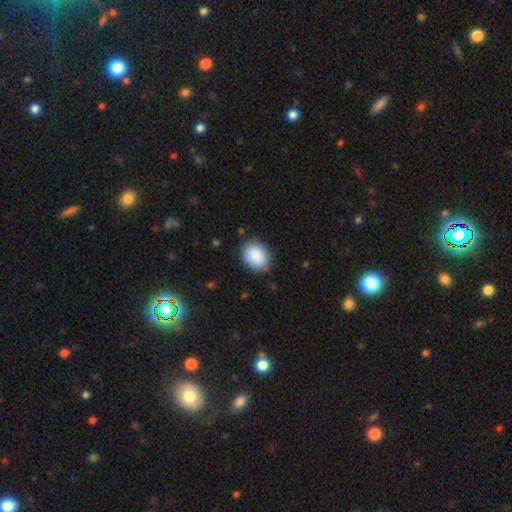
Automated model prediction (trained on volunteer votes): A smooth galaxy with no disk features (90%) that is in between round and cigar-shaped (61%).

Vote fractions:
- Smooth or featured? smooth: 90% / star or artifact: 7% / featured or disk: 4%
- How rounded? in between: 61% / round: 38% / cigar-shaped: 1%
- Merging? none: 83% / minor disturbance: 13% / major disturbance: 3% / merger: 1%